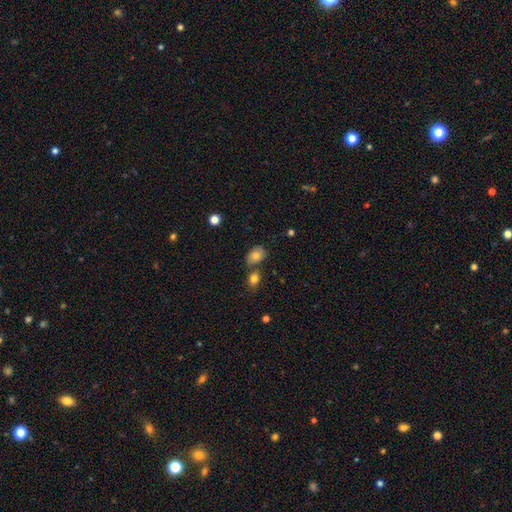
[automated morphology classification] smooth_or_featured: smooth (p=0.78) [alt: featured or disk p=0.13]
how_rounded: in between (p=0.77) [alt: round p=0.22]
merging: none (p=0.60) [alt: merger p=0.20]